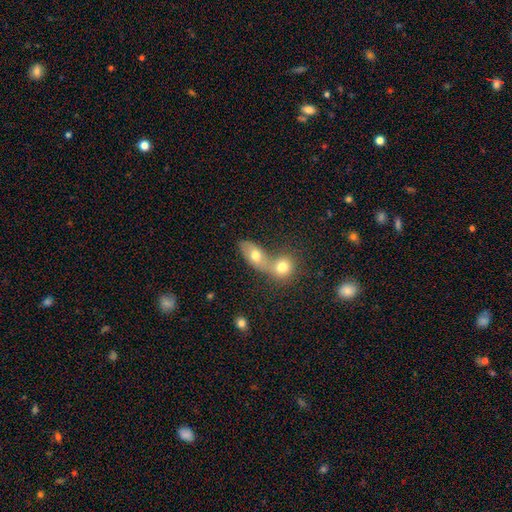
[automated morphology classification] smooth 69%, featured or disk 21%, star or artifact 10%. Down the decision tree: how rounded — in between (74%); merging — merger (56%).